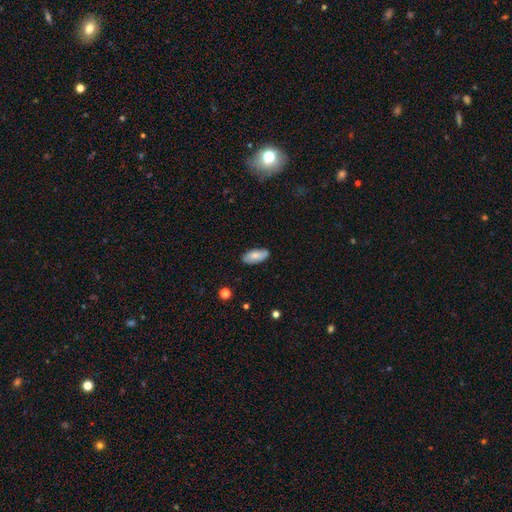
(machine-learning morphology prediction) This appears to be a smooth galaxy with no disk features (75%) that is in between round and cigar-shaped (89%). Merging: none (82%).